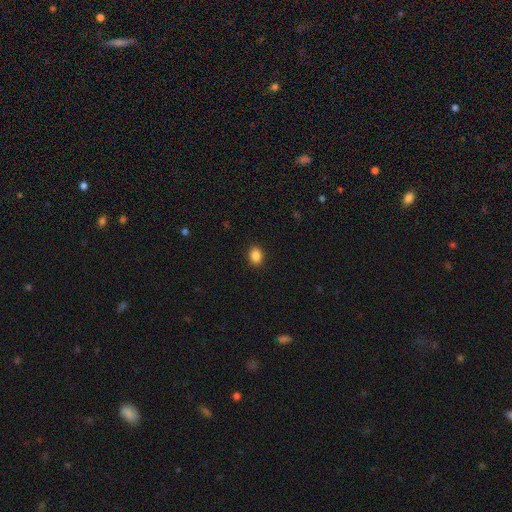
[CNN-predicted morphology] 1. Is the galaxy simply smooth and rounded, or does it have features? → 88% smooth, 9% star or artifact, 3% featured or disk.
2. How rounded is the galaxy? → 61% in between, 37% round, 1% cigar-shaped.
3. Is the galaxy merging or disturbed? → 90% none, 7% minor disturbance, 2% major disturbance, 1% merger.